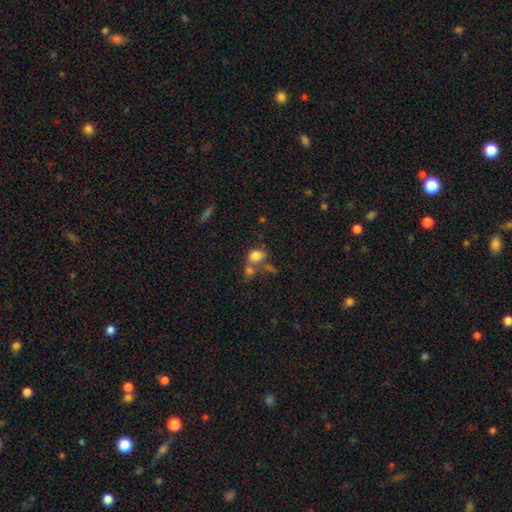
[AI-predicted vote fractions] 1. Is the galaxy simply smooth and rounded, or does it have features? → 78% smooth, 11% star or artifact, 11% featured or disk.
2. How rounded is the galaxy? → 51% in between, 48% round, 2% cigar-shaped.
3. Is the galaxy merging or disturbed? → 42% merger, 36% none, 13% minor disturbance, 10% major disturbance.